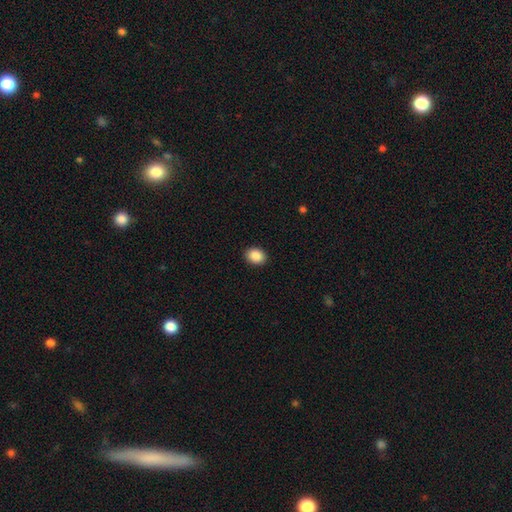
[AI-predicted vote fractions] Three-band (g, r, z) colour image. It shows a smooth galaxy with no disk features (88%) that is in between round and cigar-shaped (54%). Merging: none (91%).